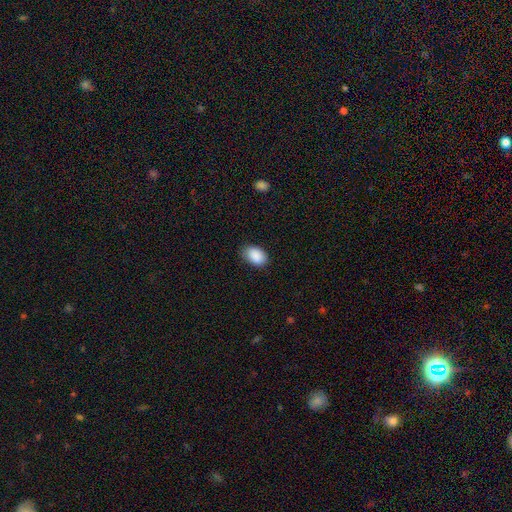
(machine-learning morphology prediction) smooth-or-featured: smooth: 90% | star or artifact: 7% | featured or disk: 3%
  how-rounded: in between: 88% | round: 11% | cigar-shaped: 1%
  merging: none: 81% | minor disturbance: 15% | major disturbance: 3% | merger: 1%